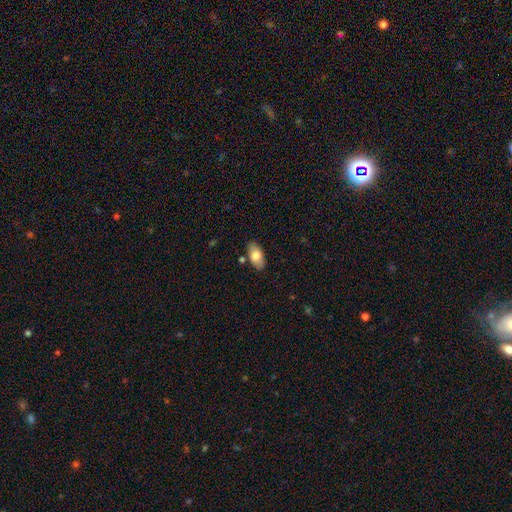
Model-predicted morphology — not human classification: A smooth galaxy with no disk features (76%) that is in between round and cigar-shaped (93%).

Vote fractions:
- Smooth or featured? smooth: 76% / featured or disk: 18% / star or artifact: 6%
- How rounded? in between: 93% / cigar-shaped: 3% / round: 3%
- Merging? none: 83% / minor disturbance: 12% / merger: 3% / major disturbance: 2%